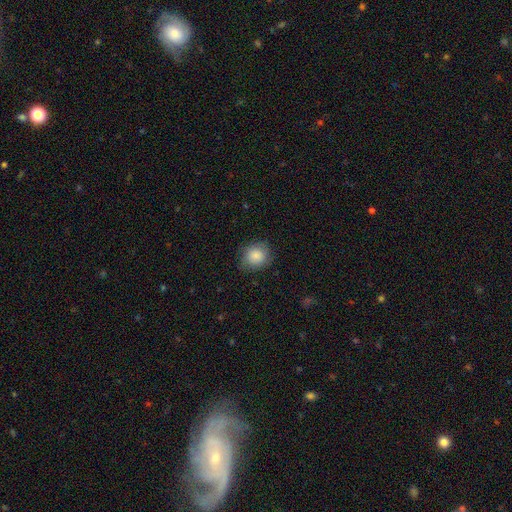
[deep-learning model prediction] Smooth or featured? smooth (86%)
How rounded? round (77%)
Merging? none (80%)